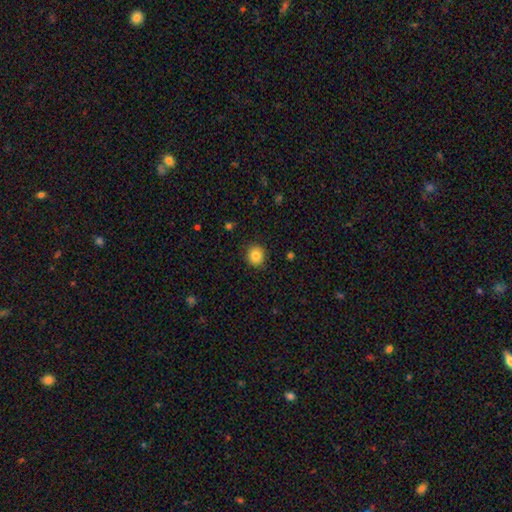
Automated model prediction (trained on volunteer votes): Smooth or featured?
  - smooth: 84% *
  - star or artifact: 10%
  - featured or disk: 6%
How rounded?
  - round: 88% *
  - in between: 11%
  - cigar-shaped: 1%
Merging?
  - none: 90% *
  - minor disturbance: 7%
  - major disturbance: 2%
  - merger: 1%